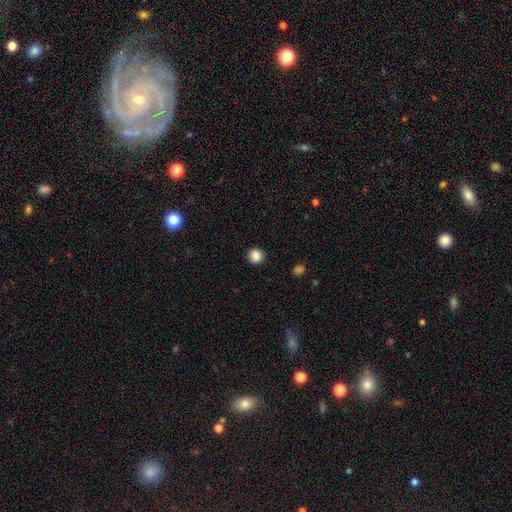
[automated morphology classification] Overall: smooth (87%). How rounded: round (92%). Merging: none (91%).